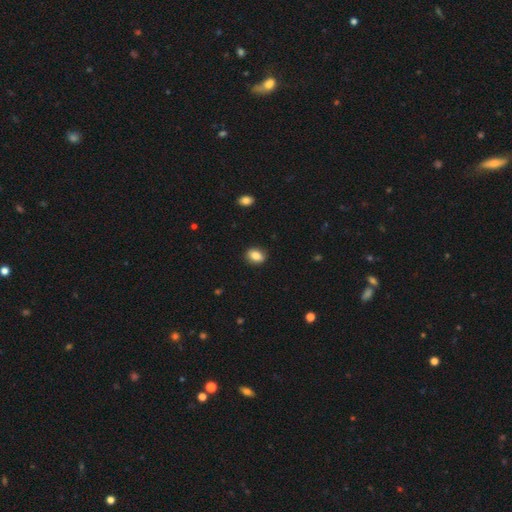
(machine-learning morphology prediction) smooth-or-featured: smooth: 85% | star or artifact: 8% | featured or disk: 6%
  how-rounded: in between: 69% | round: 29% | cigar-shaped: 1%
  merging: none: 88% | minor disturbance: 9% | major disturbance: 2% | merger: 1%